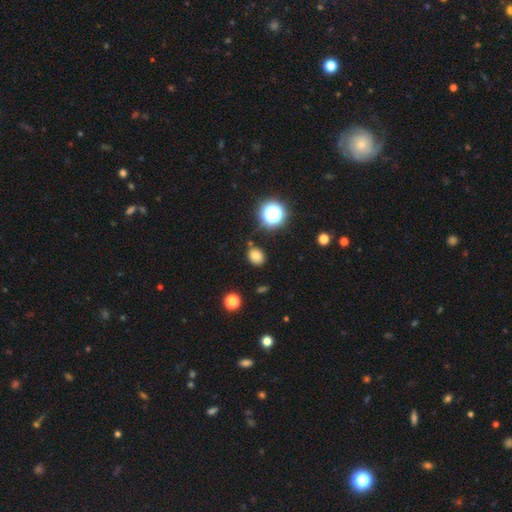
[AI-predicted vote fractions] Q: Smooth or featured?
A: smooth (74%); runner-up: star or artifact (17%)
Q: How rounded?
A: round (54%); runner-up: in between (45%)
Q: Merging?
A: none (81%); runner-up: minor disturbance (12%)